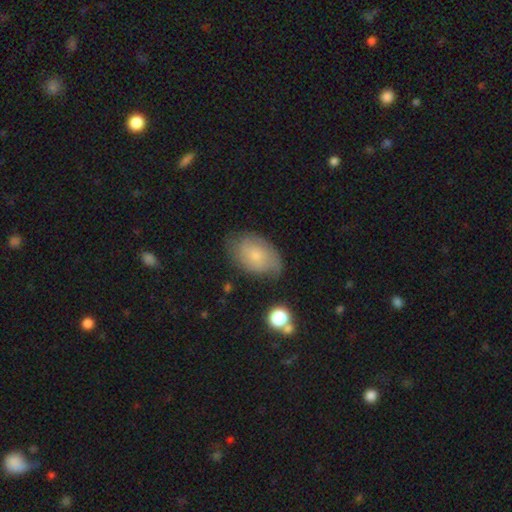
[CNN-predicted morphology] type=smooth (54%); roundness=in between (88%); merging=none (63%).